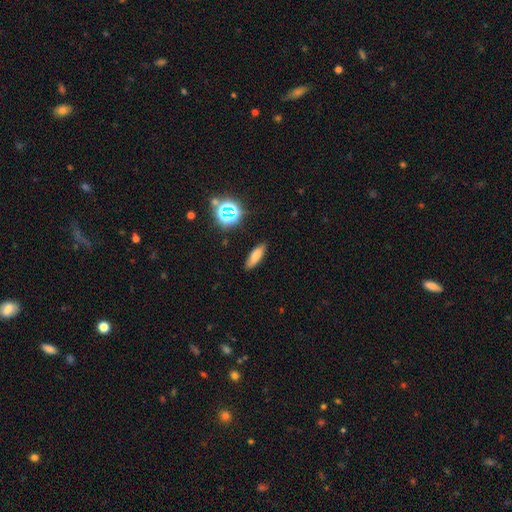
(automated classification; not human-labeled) The model was most divided on "how rounded": in between: 50%, cigar-shaped: 46%, round: 4%. More confident: merging — none (86%); smooth or featured — smooth (73%).